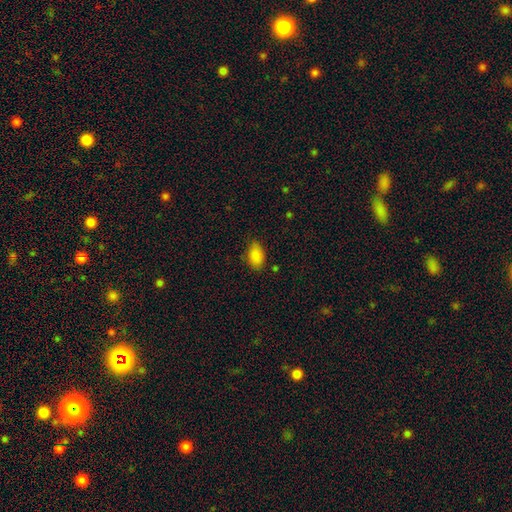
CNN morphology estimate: This appears to be a smooth galaxy with no disk features (87%) that is in between round and cigar-shaped (90%). Merging: none (72%).